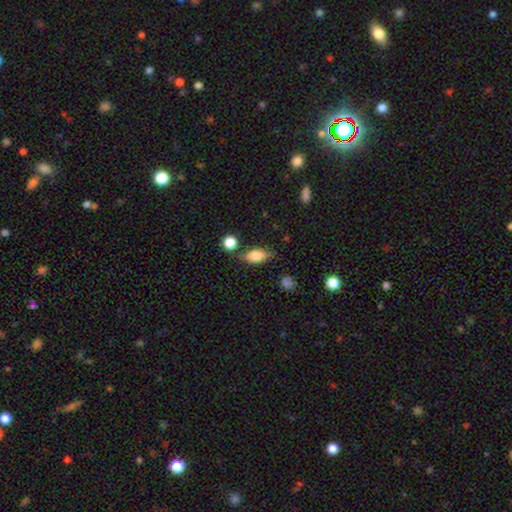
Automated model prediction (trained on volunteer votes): Q: Smooth or featured?
A: smooth (76%); runner-up: featured or disk (16%)
Q: How rounded?
A: in between (80%); runner-up: cigar-shaped (15%)
Q: Merging?
A: none (74%); runner-up: minor disturbance (15%)